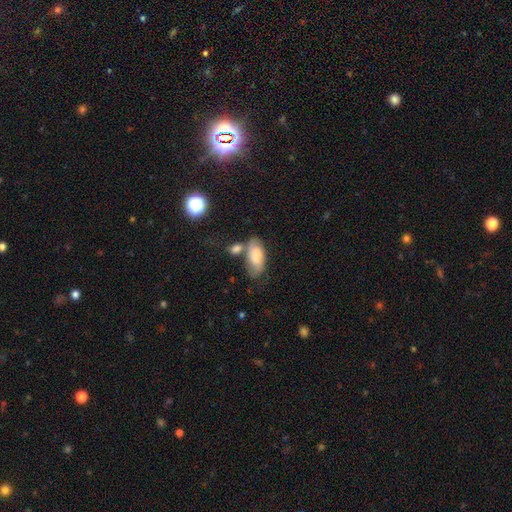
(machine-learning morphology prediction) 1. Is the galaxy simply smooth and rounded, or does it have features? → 75% smooth, 17% featured or disk, 7% star or artifact.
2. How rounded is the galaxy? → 90% in between, 7% cigar-shaped, 3% round.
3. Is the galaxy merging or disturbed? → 47% none, 23% merger, 21% minor disturbance, 9% major disturbance.